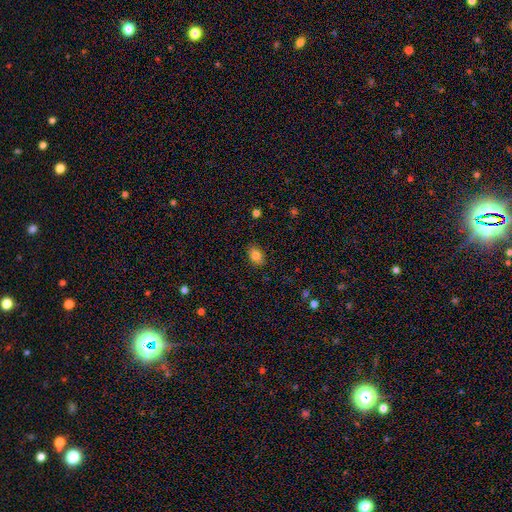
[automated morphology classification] Smooth or featured? smooth (84%)
How rounded? in between (80%)
Merging? none (87%)